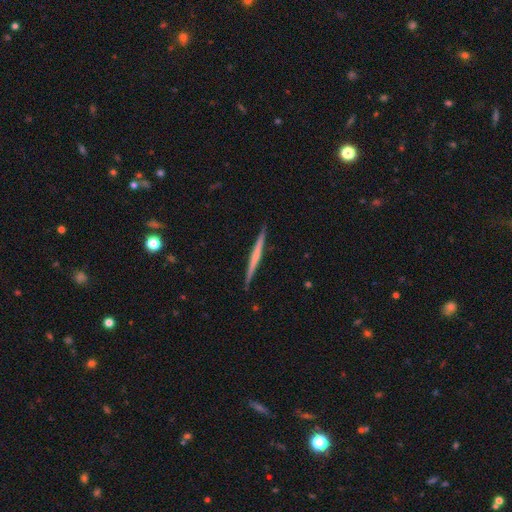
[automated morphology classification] featured or disk 56%, smooth 39%, star or artifact 5%. Down the decision tree: edge-on disk — yes (98%); edge-on bulge — none (79%); merging — none (91%).